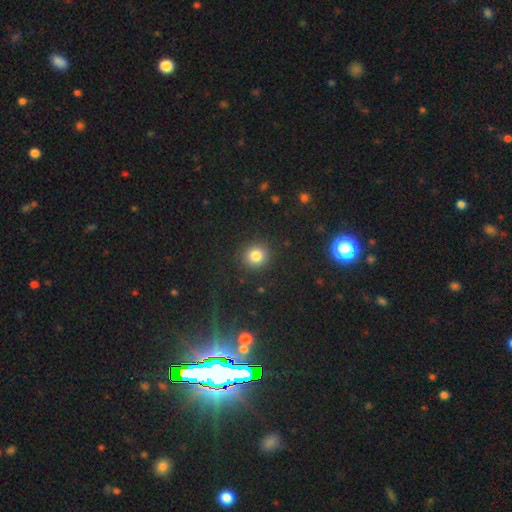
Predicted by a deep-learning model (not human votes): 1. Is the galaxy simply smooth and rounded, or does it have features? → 82% smooth, 13% star or artifact, 5% featured or disk.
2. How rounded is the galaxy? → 89% round, 10% in between, 1% cigar-shaped.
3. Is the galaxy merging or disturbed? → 90% none, 6% minor disturbance, 3% major disturbance, 1% merger.